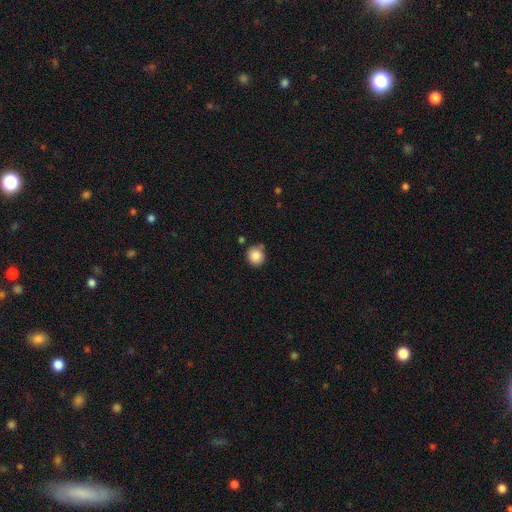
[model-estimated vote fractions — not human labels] Morphology: type=smooth (87%); roundness=round (88%); merging=none (77%).